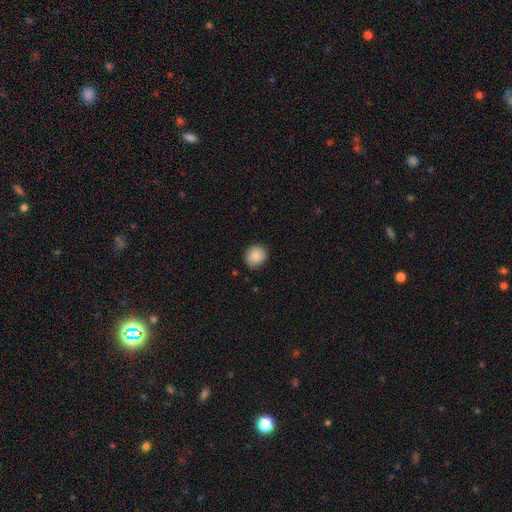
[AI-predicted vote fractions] Q: Smooth or featured?
A: smooth (86%); runner-up: star or artifact (8%)
Q: How rounded?
A: round (82%); runner-up: in between (17%)
Q: Merging?
A: none (82%); runner-up: minor disturbance (14%)